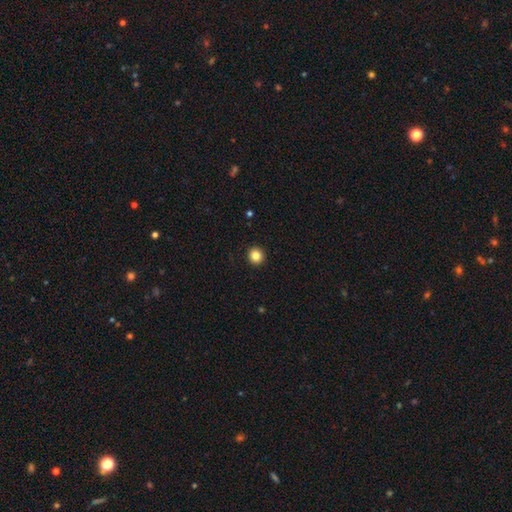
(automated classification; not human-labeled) smooth-or-featured: smooth: 85% | star or artifact: 10% | featured or disk: 4%
  how-rounded: round: 94% | in between: 5% | cigar-shaped: 1%
  merging: none: 94% | minor disturbance: 4% | major disturbance: 1% | merger: 1%